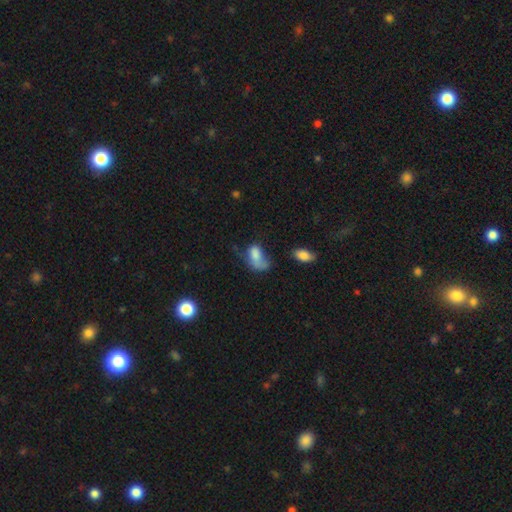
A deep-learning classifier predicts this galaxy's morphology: A smooth galaxy with no disk features (69%) that is in between round and cigar-shaped (87%). Merging: major disturbance (45%).